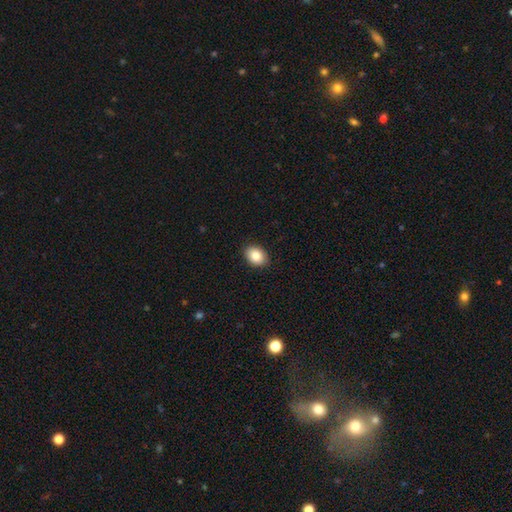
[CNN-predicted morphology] type=smooth (87%); roundness=in between (60%); merging=none (90%).